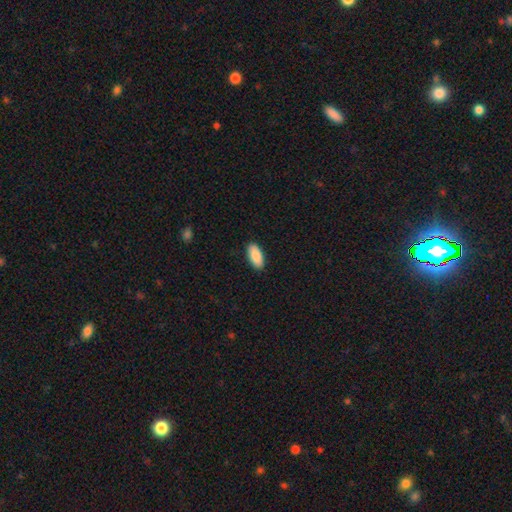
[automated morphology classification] Smooth or featured?
  - smooth: 88% *
  - featured or disk: 6%
  - star or artifact: 6%
How rounded?
  - in between: 89% *
  - cigar-shaped: 9%
  - round: 2%
Merging?
  - none: 90% *
  - minor disturbance: 7%
  - major disturbance: 2%
  - merger: 1%